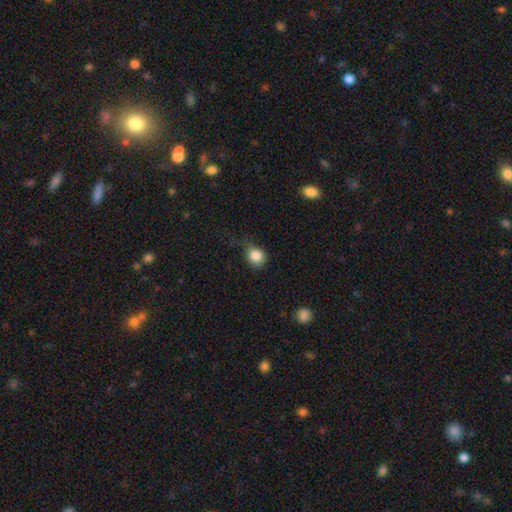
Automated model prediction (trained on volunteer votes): Smooth or featured?
  - smooth: 84% *
  - star or artifact: 10%
  - featured or disk: 6%
How rounded?
  - round: 74% *
  - in between: 25%
  - cigar-shaped: 1%
Merging?
  - none: 55% *
  - minor disturbance: 32%
  - major disturbance: 12%
  - merger: 2%